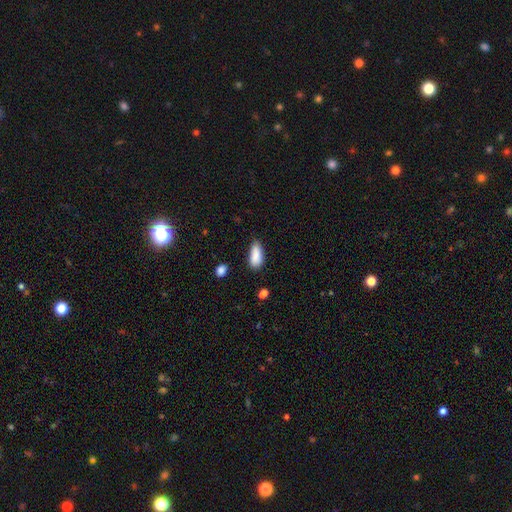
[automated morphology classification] smooth_or_featured: smooth (p=0.89) [alt: star or artifact p=0.07]
how_rounded: in between (p=0.84) [alt: cigar-shaped p=0.13]
merging: none (p=0.71) [alt: minor disturbance p=0.23]